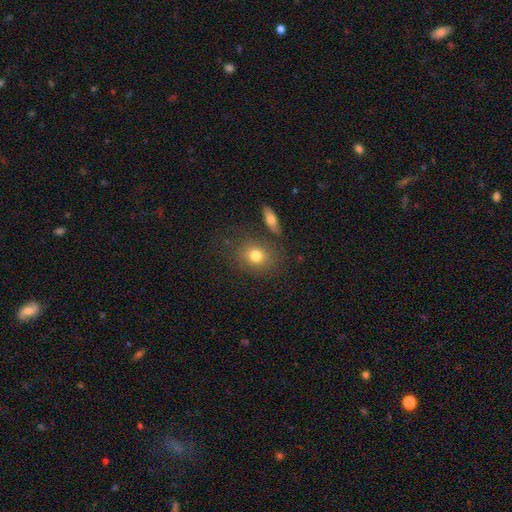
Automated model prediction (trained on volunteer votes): Smooth or featured: smooth — 78% (featured or disk — 11%)
How rounded: round — 63% (in between — 35%)
Merging: none — 77% (minor disturbance — 12%)